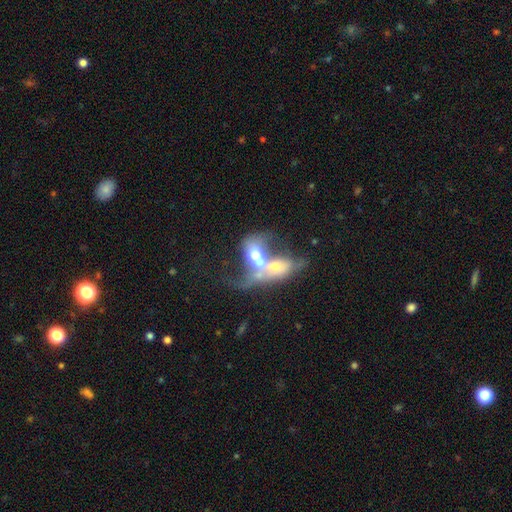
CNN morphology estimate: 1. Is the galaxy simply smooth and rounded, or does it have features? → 46% featured or disk, 45% smooth, 9% star or artifact.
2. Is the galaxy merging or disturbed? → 78% merger, 12% major disturbance, 6% none, 4% minor disturbance.